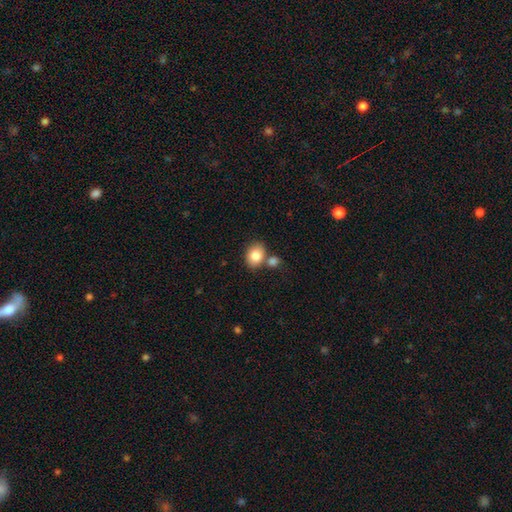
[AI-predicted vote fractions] smooth 84%, featured or disk 9%, star or artifact 8%. Down the decision tree: how rounded — in between (56%); merging — none (59%).